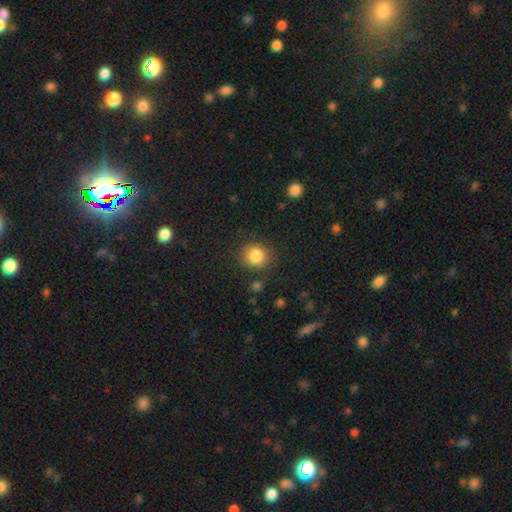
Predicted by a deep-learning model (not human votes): smooth_or_featured: smooth (p=0.85) [alt: star or artifact p=0.10]
how_rounded: round (p=0.84) [alt: in between p=0.16]
merging: none (p=0.84) [alt: minor disturbance p=0.10]